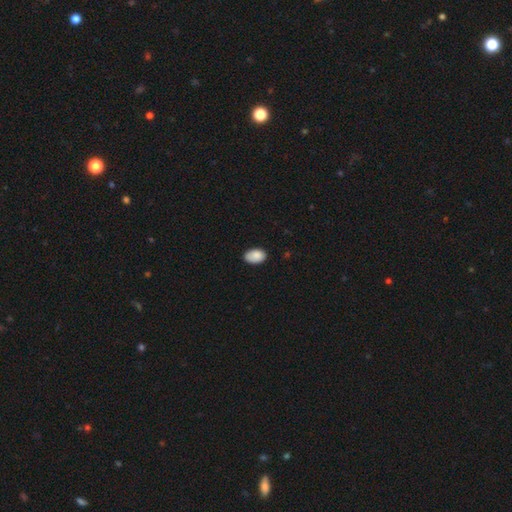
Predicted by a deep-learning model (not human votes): Smooth or featured? smooth (89%)
How rounded? in between (91%)
Merging? none (83%)